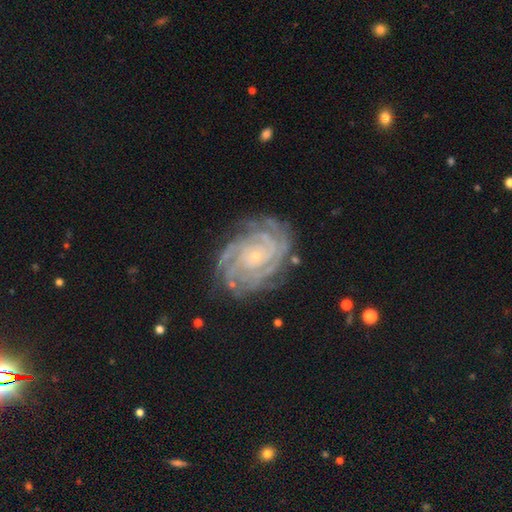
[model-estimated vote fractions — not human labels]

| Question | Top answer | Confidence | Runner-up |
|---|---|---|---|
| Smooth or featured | featured or disk | 90% | star or artifact (6%) |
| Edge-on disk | no | 98% | yes (2%) |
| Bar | no | 76% | weak (17%) |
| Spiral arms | yes | 98% | no (2%) |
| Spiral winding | tight | 82% | medium (15%) |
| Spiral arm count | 4 | 26% | can't tell (20%) |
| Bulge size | small | 86% | moderate (10%) |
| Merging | none | 79% | minor disturbance (15%) |